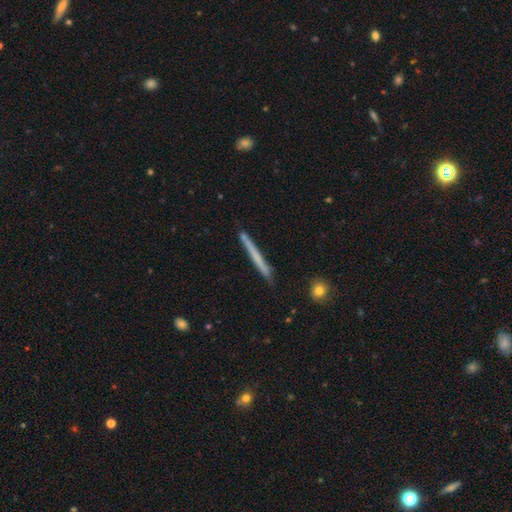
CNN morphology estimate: Overall: smooth (50%; featured or disk 44%). How rounded: cigar-shaped (97%). Merging: none (88%).